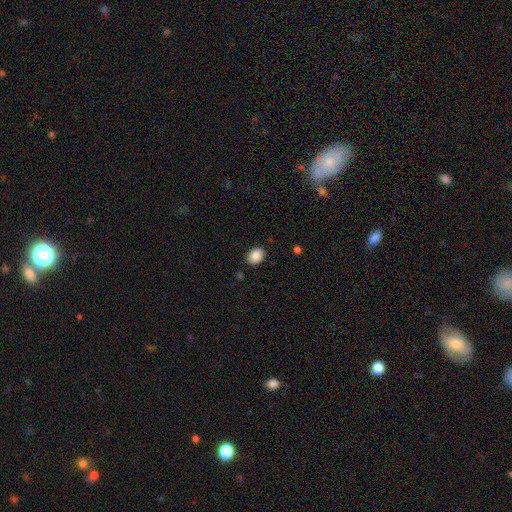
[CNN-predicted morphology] A smooth galaxy with no disk features (88%) that is in between round and cigar-shaped (69%). Merging: none (87%).